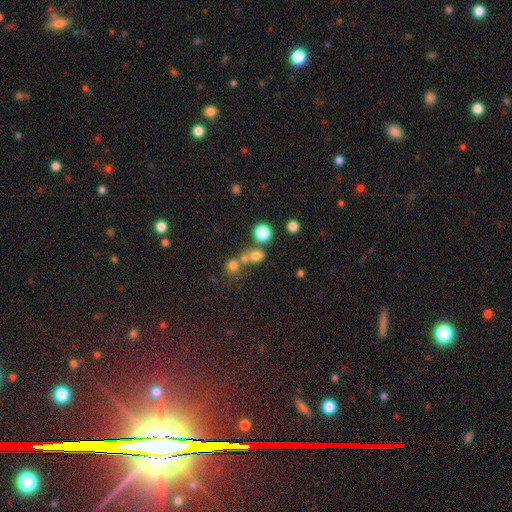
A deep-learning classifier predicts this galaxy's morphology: Smooth or featured: smooth — 70% (star or artifact — 20%)
How rounded: round — 70% (in between — 29%)
Merging: none — 49% (merger — 36%)